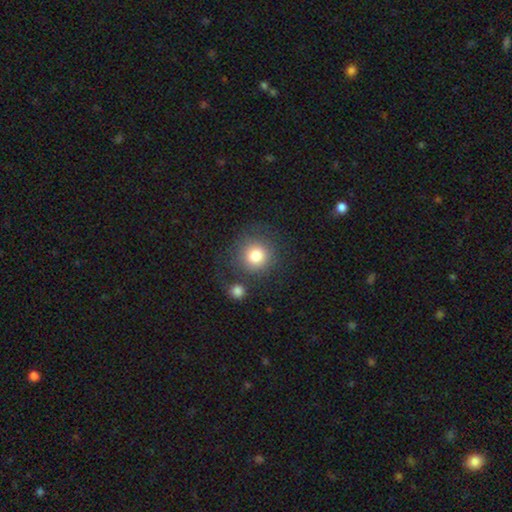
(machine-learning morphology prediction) smooth 81%, featured or disk 10%, star or artifact 10%. Down the decision tree: how rounded — round (92%); merging — none (69%).